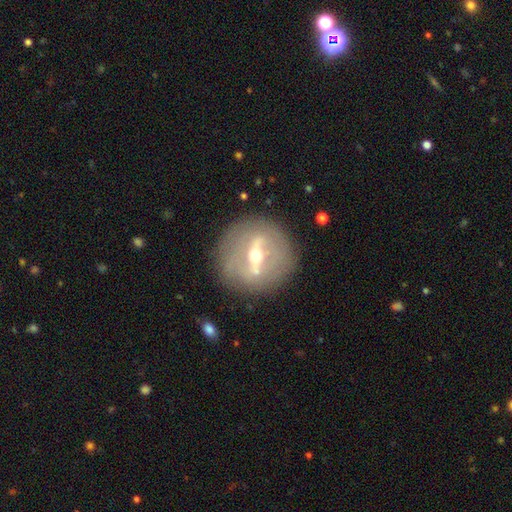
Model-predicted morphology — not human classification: This is likely a featured or disk galaxy (77%). It is likely not viewed edge-on (71%). Bar: likely strong (68%). Spiral arm pattern: likely no (79%). Central bulge: likely moderate (63%). Merging: clearly none (84%).